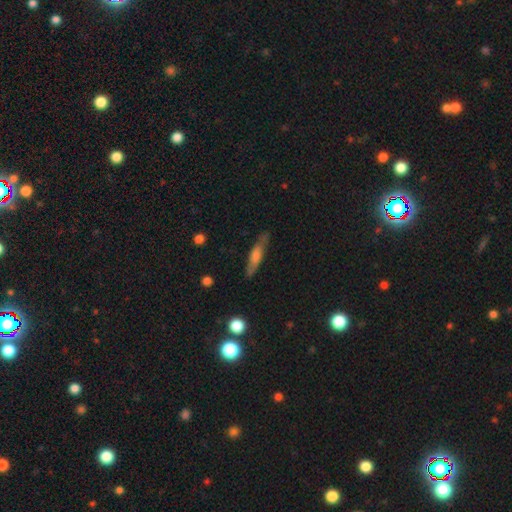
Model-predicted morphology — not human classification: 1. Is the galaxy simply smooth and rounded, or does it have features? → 49% smooth, 44% featured or disk, 7% star or artifact.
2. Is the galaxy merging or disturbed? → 78% none, 16% minor disturbance, 4% major disturbance, 2% merger.